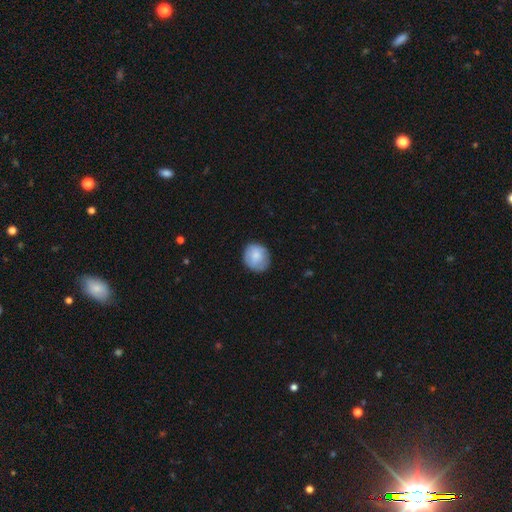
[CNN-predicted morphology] A smooth galaxy with no disk features (79%) that is round (79%).

Vote fractions:
- Smooth or featured? smooth: 79% / featured or disk: 14% / star or artifact: 6%
- How rounded? round: 79% / in between: 20% / cigar-shaped: 1%
- Merging? none: 80% / minor disturbance: 16% / major disturbance: 3% / merger: 1%